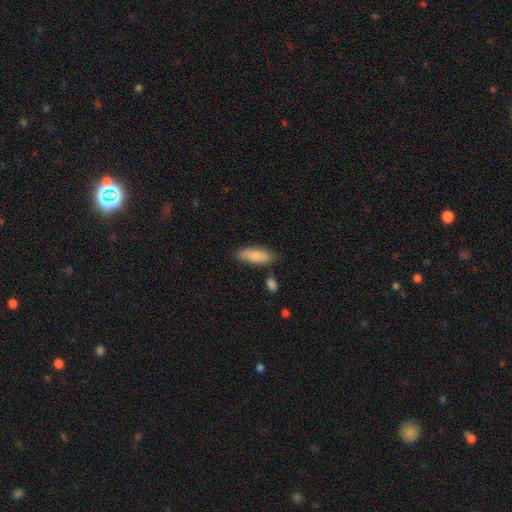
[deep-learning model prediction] smooth 83%, featured or disk 11%, star or artifact 6%. Down the decision tree: how rounded — in between (67%); merging — none (74%).